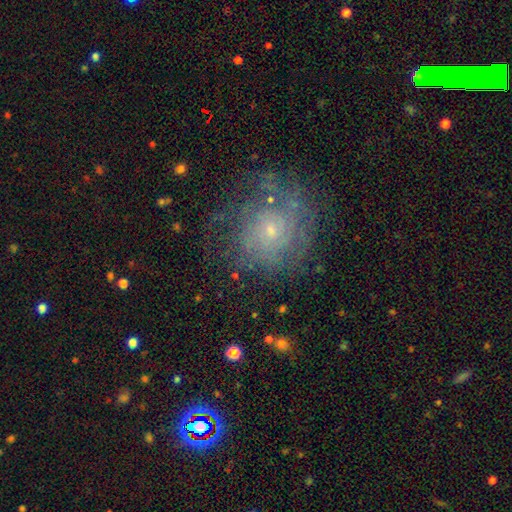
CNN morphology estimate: This appears to be a featured or disk galaxy (48%). Merging: none (73%).